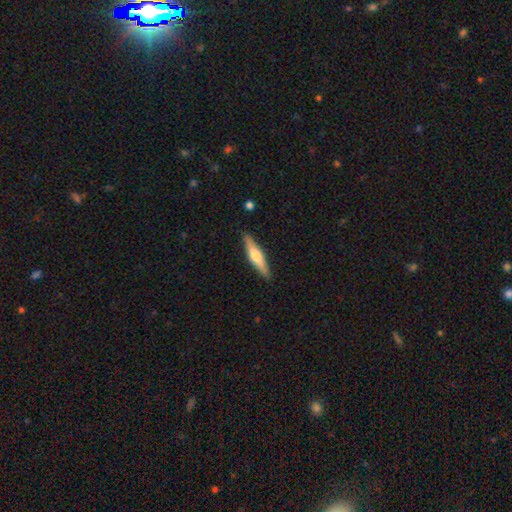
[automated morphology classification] Smooth or featured? featured or disk (50%)
Edge-on disk? yes (95%)
Merging? none (89%)